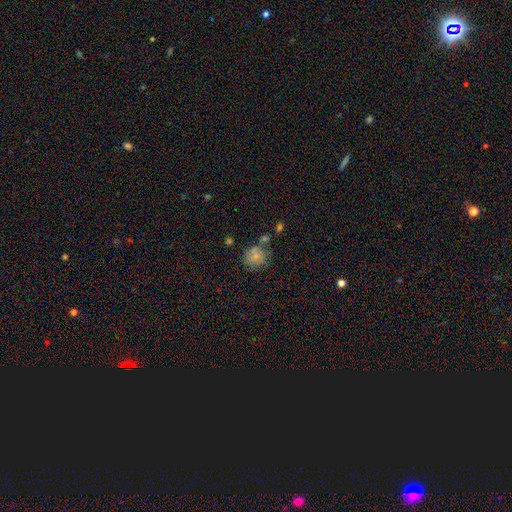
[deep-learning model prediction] Smooth or featured?
  - smooth: 69% *
  - featured or disk: 20%
  - star or artifact: 11%
How rounded?
  - round: 77% *
  - in between: 22%
  - cigar-shaped: 1%
Merging?
  - none: 54% *
  - minor disturbance: 21%
  - merger: 16%
  - major disturbance: 9%